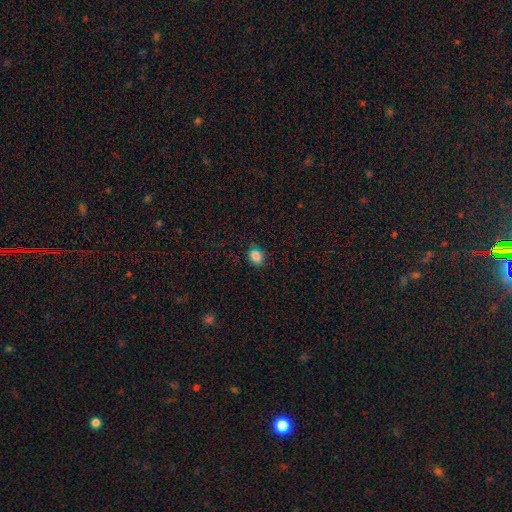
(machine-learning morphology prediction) Q: Smooth or featured?
A: smooth (83%); runner-up: star or artifact (12%)
Q: How rounded?
A: round (71%); runner-up: in between (28%)
Q: Merging?
A: none (81%); runner-up: minor disturbance (14%)